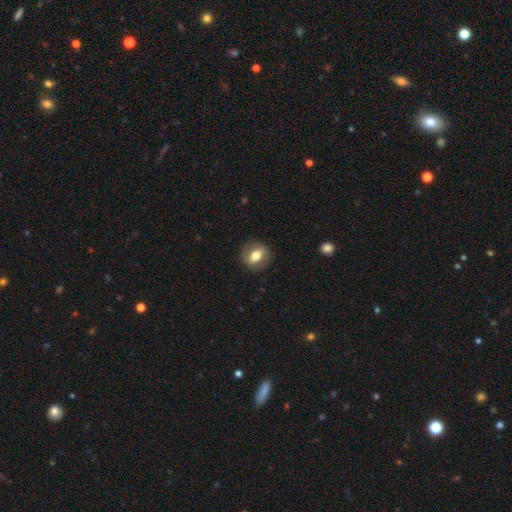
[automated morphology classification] Smooth or featured?
  - featured or disk: 48% *
  - smooth: 45%
  - star or artifact: 7%
Merging?
  - none: 83% *
  - minor disturbance: 11%
  - major disturbance: 5%
  - merger: 1%